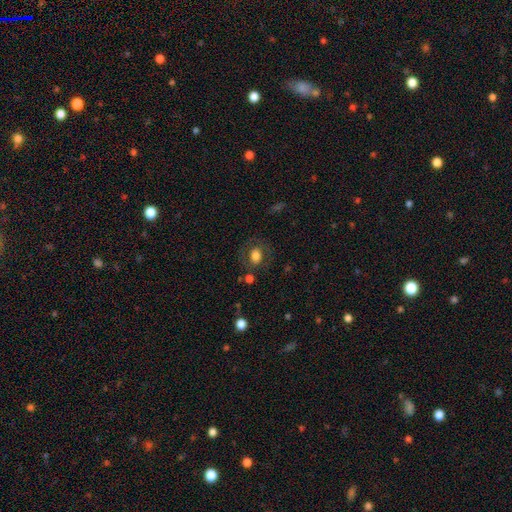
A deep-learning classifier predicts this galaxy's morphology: A smooth galaxy with no disk features (69%) that is in between round and cigar-shaped (51%).

Vote fractions:
- Smooth or featured? smooth: 69% / featured or disk: 22% / star or artifact: 10%
- How rounded? in between: 51% / round: 48% / cigar-shaped: 1%
- Merging? none: 74% / minor disturbance: 14% / major disturbance: 9% / merger: 3%